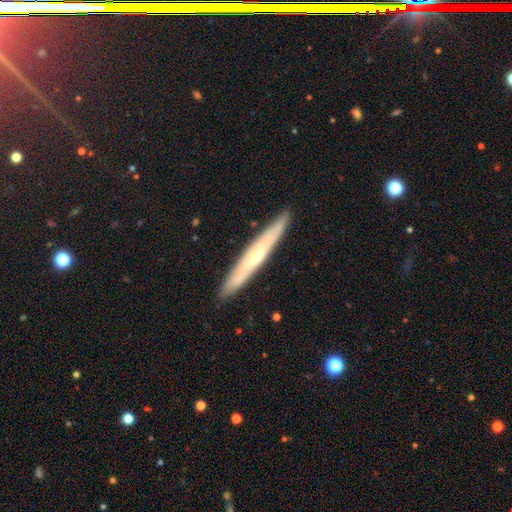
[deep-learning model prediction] Q: Smooth or featured?
A: featured or disk (58%); runner-up: smooth (37%)
Q: Edge-on disk?
A: yes (90%); runner-up: no (10%)
Q: Edge-on bulge?
A: rounded (60%); runner-up: none (36%)
Q: Merging?
A: none (91%); runner-up: minor disturbance (7%)